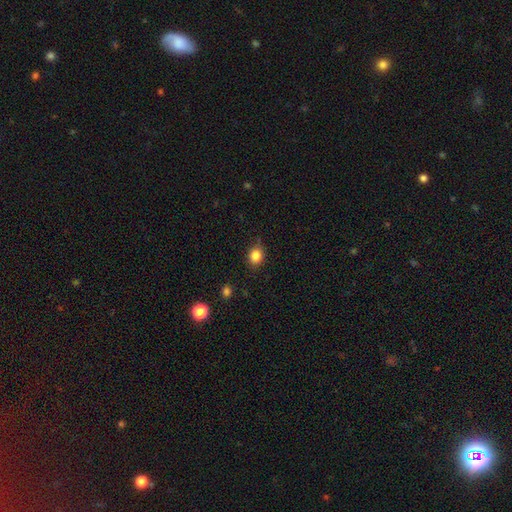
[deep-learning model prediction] Overall: smooth (84%). How rounded: round (64%; in between 35%). Merging: none (82%).